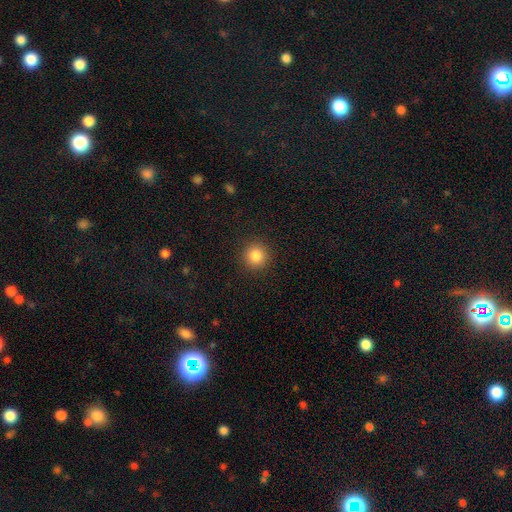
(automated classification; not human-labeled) A smooth galaxy with no disk features (84%) that is round (95%). Merging: none (92%).